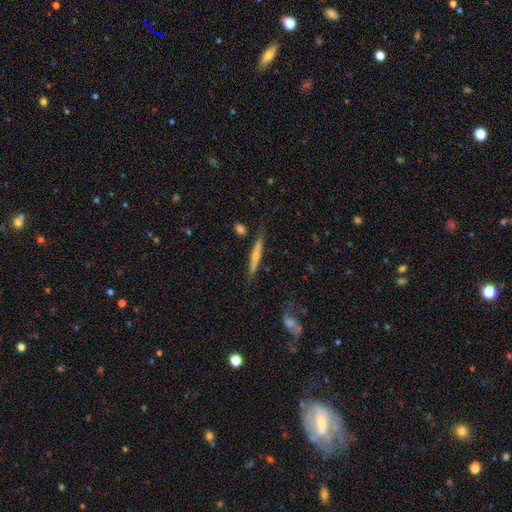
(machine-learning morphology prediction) smooth_or_featured: featured or disk (p=0.48) [alt: smooth p=0.46]
merging: none (p=0.79) [alt: minor disturbance p=0.14]